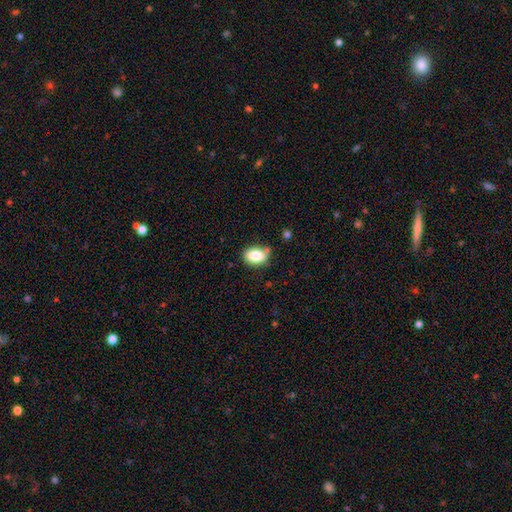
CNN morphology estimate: Smooth or featured? smooth (82%)
How rounded? in between (75%)
Merging? none (60%)